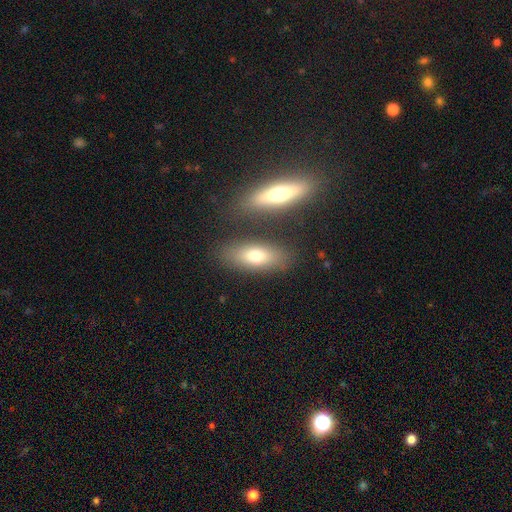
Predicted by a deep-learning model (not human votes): Smooth or featured: smooth — 70% (featured or disk — 22%)
How rounded: in between — 70% (cigar-shaped — 26%)
Merging: none — 74% (merger — 11%)